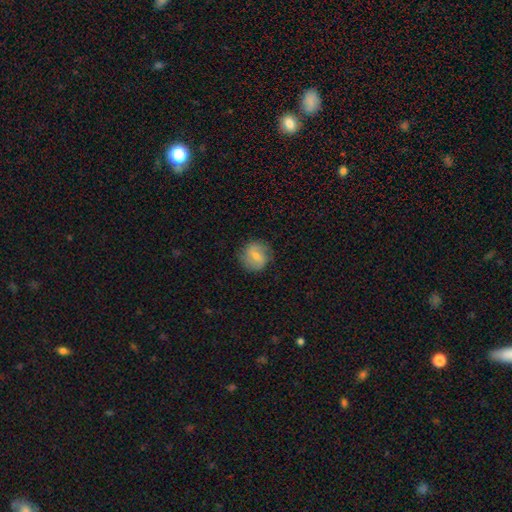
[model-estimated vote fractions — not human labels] Morphology: type=smooth (55%); roundness=round (85%); merging=none (79%).